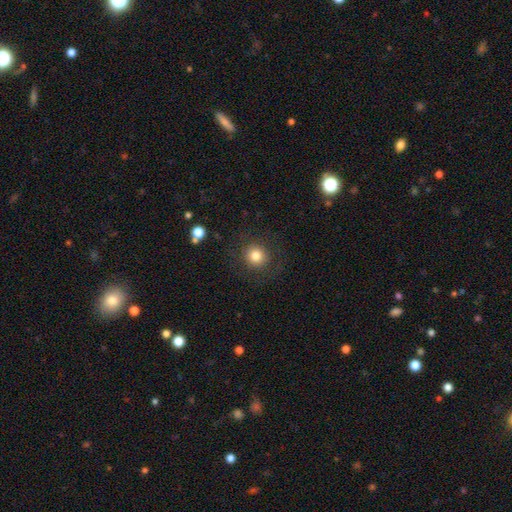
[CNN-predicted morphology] Overall: smooth (81%). How rounded: round (93%). Merging: none (87%).